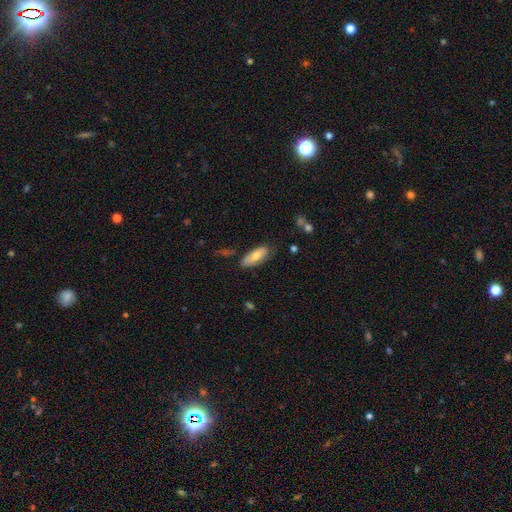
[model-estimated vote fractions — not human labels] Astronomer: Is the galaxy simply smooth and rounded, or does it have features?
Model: smooth — 71%.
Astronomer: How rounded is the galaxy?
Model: in between — 77%.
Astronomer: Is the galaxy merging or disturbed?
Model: none — 71%.